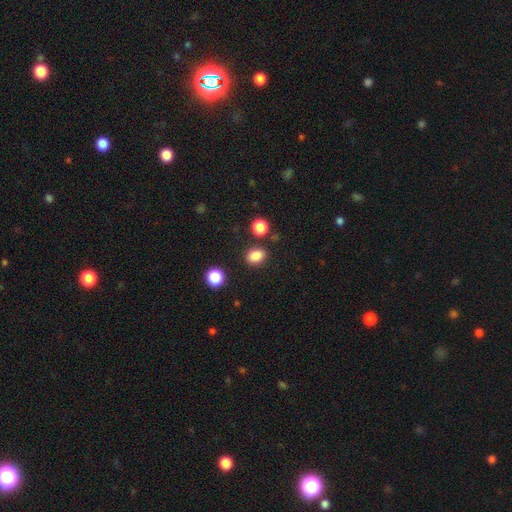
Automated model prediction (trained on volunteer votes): Smooth or featured? smooth (85%)
How rounded? in between (59%)
Merging? none (83%)